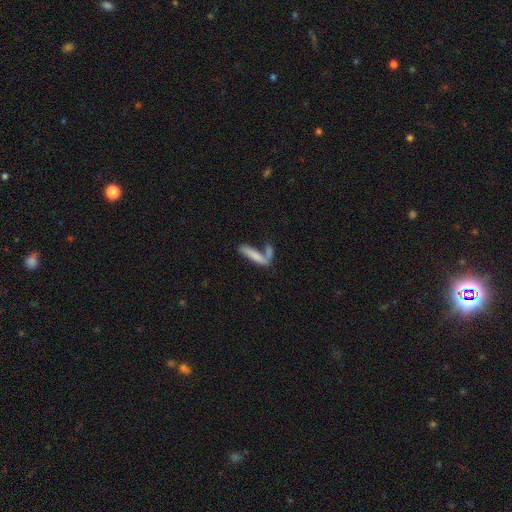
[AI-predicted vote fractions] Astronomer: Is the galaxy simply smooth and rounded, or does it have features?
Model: smooth — 66%.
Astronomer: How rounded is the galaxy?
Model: cigar-shaped — 78%.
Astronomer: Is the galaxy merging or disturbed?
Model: merger — 44% (runner-up: none, 36%).